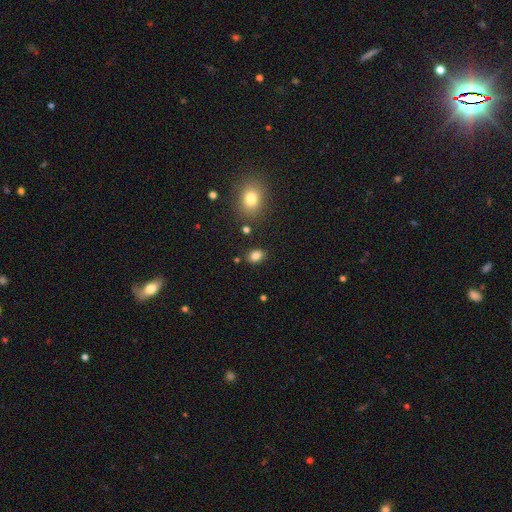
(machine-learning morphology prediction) smooth 83%, star or artifact 11%, featured or disk 5%. Down the decision tree: how rounded — in between (68%); merging — none (84%).